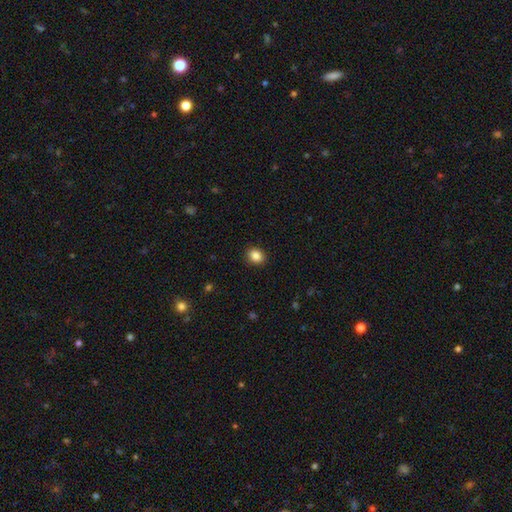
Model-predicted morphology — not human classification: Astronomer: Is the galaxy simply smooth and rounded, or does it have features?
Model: smooth — 86%.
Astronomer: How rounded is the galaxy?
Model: round — 63%.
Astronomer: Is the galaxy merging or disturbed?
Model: none — 90%.